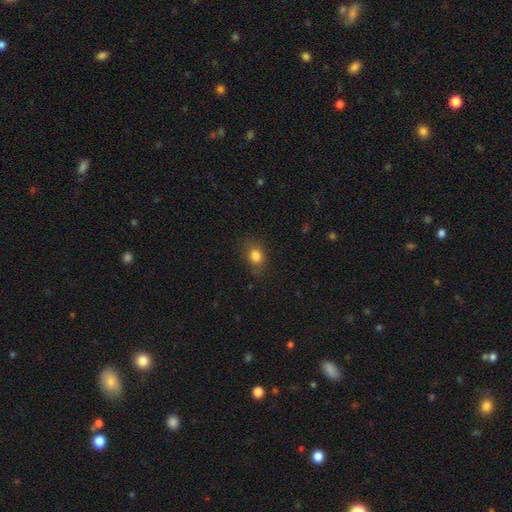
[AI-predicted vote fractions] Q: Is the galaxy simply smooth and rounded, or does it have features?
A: smooth — 83%.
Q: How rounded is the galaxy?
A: in between — 55%.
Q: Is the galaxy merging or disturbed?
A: none — 74%.